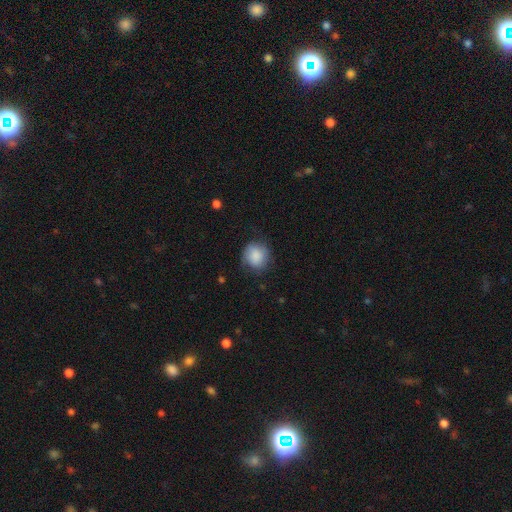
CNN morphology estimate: This appears to be a smooth galaxy with no disk features (85%) that is round (84%). Merging: none (72%).